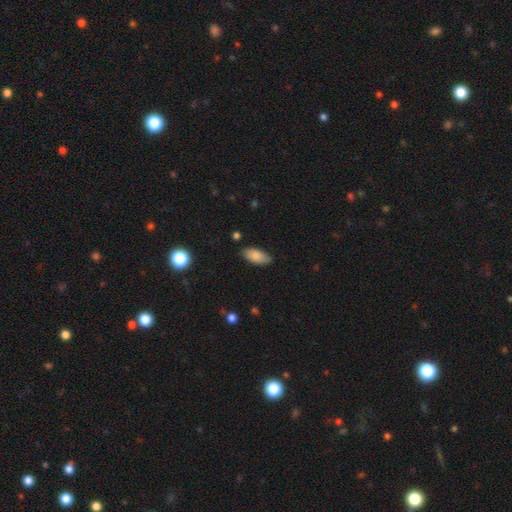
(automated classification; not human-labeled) The model was most divided on "merging": none: 80%, minor disturbance: 16%, major disturbance: 3%, merger: 1%. More confident: how rounded — in between (90%); smooth or featured — smooth (85%).